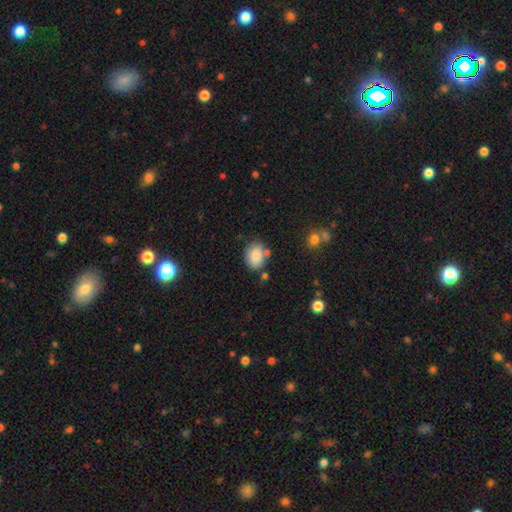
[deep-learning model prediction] This is clearly a smooth galaxy (85%). How rounded: likely in between (65%). Merging: likely none (71%).